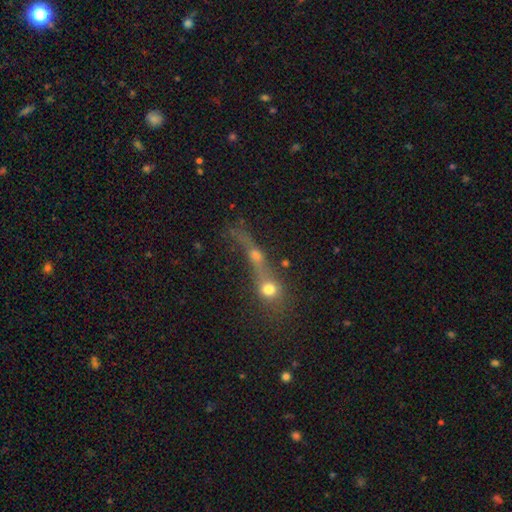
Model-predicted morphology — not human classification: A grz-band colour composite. It shows a smooth galaxy with no disk features (46%). Merging: merger (63%).